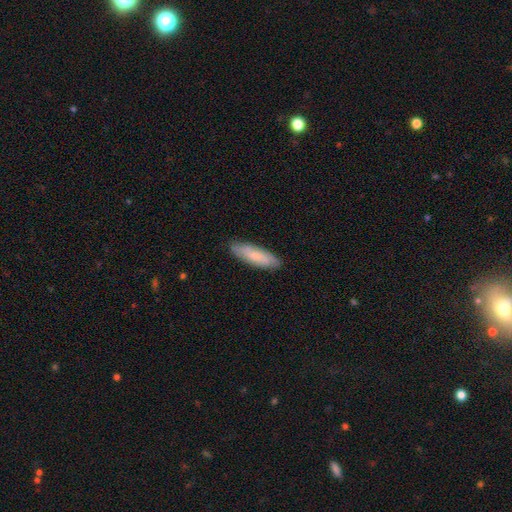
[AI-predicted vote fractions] The model was most divided on "how rounded": cigar-shaped: 53%, in between: 46%, round: 2%. More confident: merging — none (86%); smooth or featured — smooth (66%).